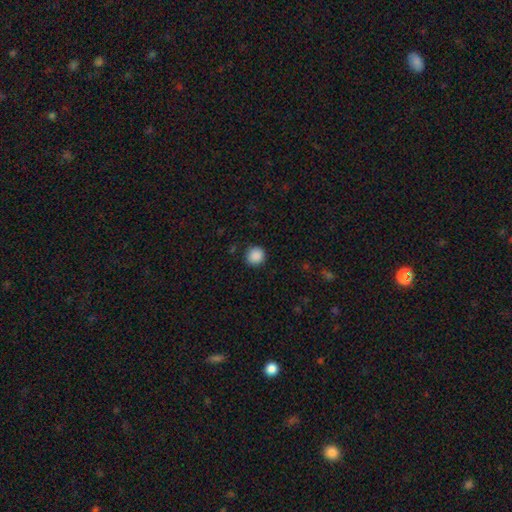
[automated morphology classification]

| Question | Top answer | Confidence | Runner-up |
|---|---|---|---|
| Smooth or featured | smooth | 88% | star or artifact (9%) |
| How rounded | round | 90% | in between (9%) |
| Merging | none | 90% | minor disturbance (7%) |